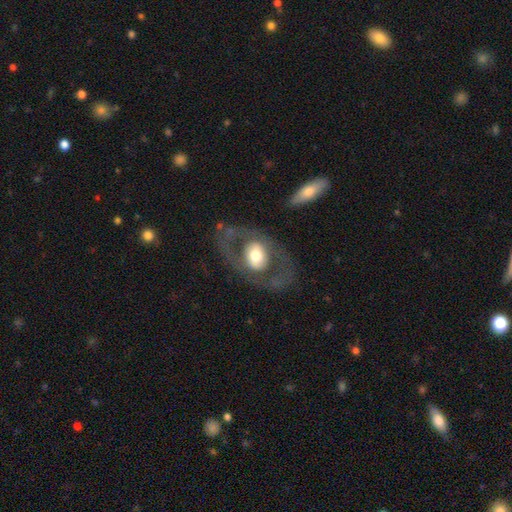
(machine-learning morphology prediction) Smooth or featured?
  - featured or disk: 57% *
  - smooth: 37%
  - star or artifact: 6%
Edge-on disk?
  - no: 91% *
  - yes: 9%
Bar?
  - no: 63% *
  - weak: 22%
  - strong: 15%
Spiral arms?
  - no: 75% *
  - yes: 25%
Bulge size?
  - moderate: 54% *
  - large: 34%
  - small: 6%
  - dominant: 5%
  - none: 1%
Merging?
  - none: 71% *
  - major disturbance: 15%
  - minor disturbance: 12%
  - merger: 2%